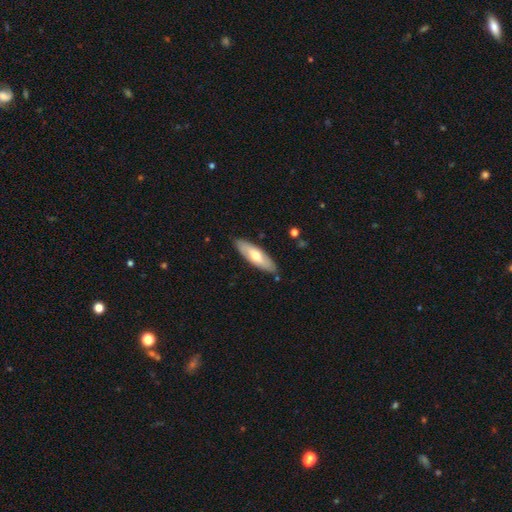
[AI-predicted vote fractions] Overall: smooth (56%; featured or disk 39%). How rounded: in between (55%; cigar-shaped 43%). Merging: none (85%).